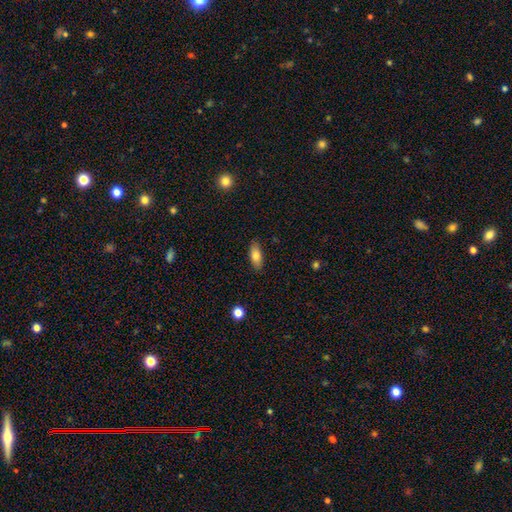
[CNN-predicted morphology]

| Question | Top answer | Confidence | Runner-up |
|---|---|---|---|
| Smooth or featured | smooth | 80% | featured or disk (13%) |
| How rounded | in between | 81% | cigar-shaped (16%) |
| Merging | none | 86% | minor disturbance (10%) |